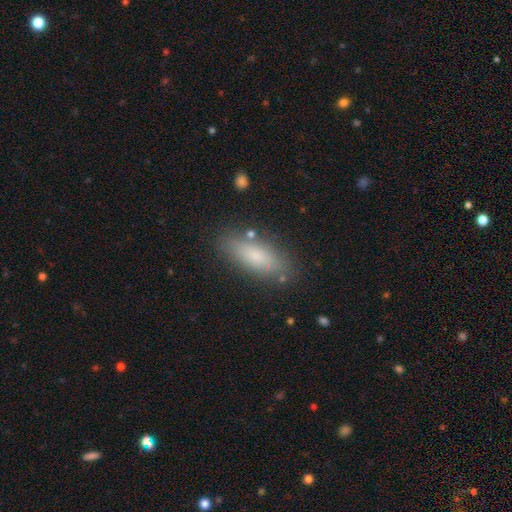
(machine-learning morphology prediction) The model was most divided on "how rounded": in between: 63%, cigar-shaped: 35%, round: 2%. More confident: merging — none (81%); smooth or featured — smooth (76%).